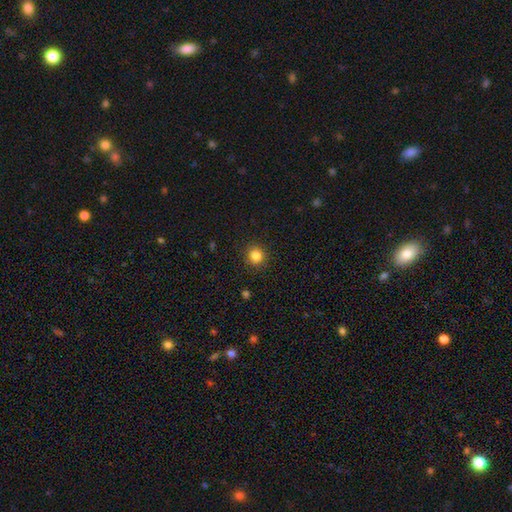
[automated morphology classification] The model was most divided on "smooth or featured": smooth: 84%, star or artifact: 12%, featured or disk: 4%. More confident: how rounded — round (91%); merging — none (91%).